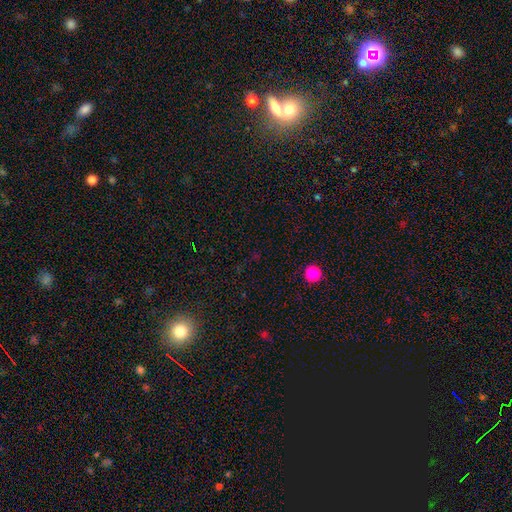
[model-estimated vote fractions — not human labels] This appears to be a star or artifact, not a galaxy (59%).